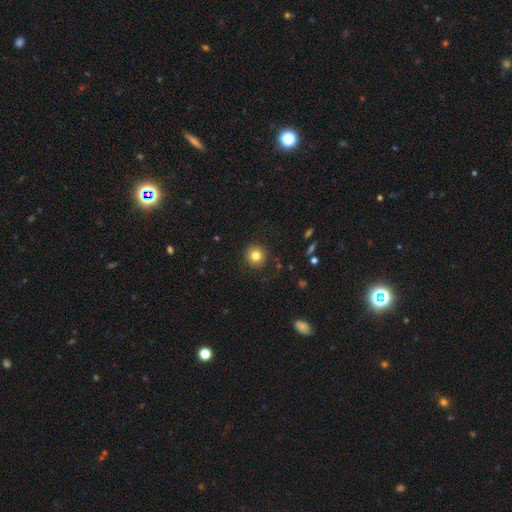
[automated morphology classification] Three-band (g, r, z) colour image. It shows a smooth galaxy with no disk features (81%) that is round (93%). Merging: none (90%).